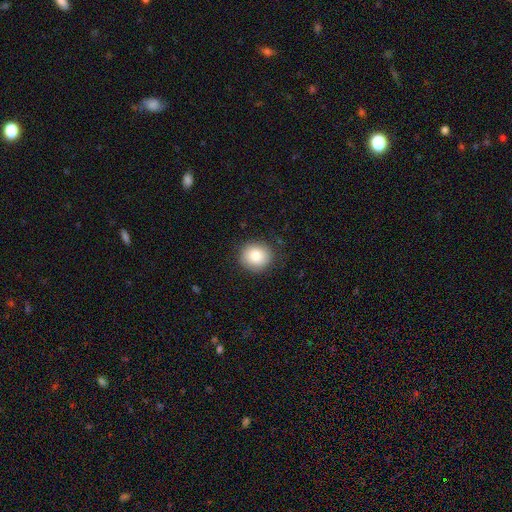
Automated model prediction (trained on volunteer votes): Morphology: type=smooth (84%); roundness=round (83%); merging=none (86%).